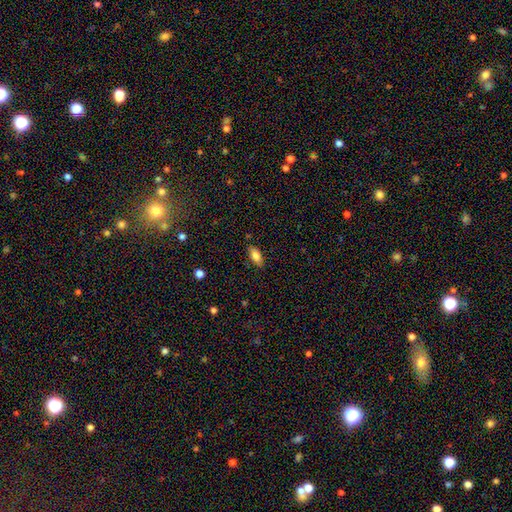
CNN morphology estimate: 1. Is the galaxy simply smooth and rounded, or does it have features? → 81% smooth, 11% featured or disk, 8% star or artifact.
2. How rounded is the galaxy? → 85% in between, 11% cigar-shaped, 3% round.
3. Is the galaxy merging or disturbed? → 83% none, 13% minor disturbance, 3% major disturbance, 1% merger.